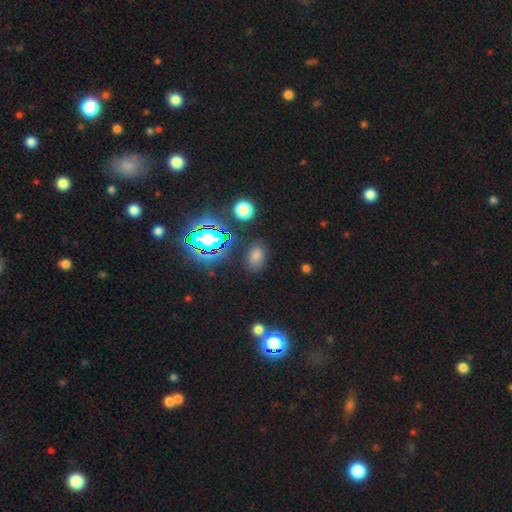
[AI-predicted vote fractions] Overall: smooth (69%). How rounded: in between (84%). Merging: none (81%).